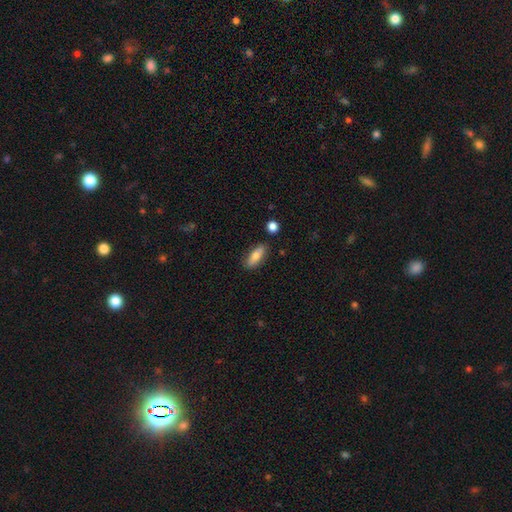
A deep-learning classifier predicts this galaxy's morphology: smooth-or-featured: smooth: 73% | featured or disk: 21% | star or artifact: 7%
  how-rounded: in between: 61% | cigar-shaped: 36% | round: 3%
  merging: none: 84% | minor disturbance: 11% | merger: 3% | major disturbance: 2%